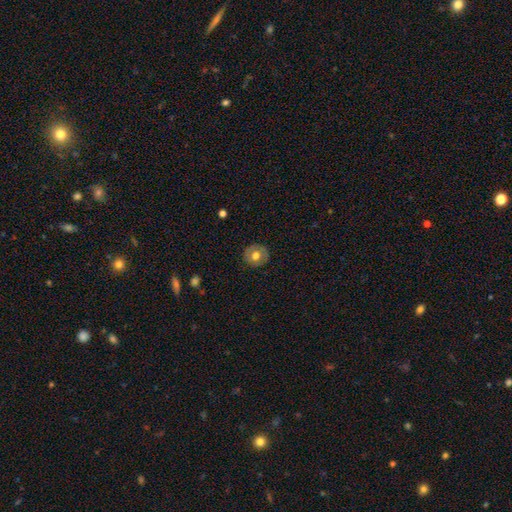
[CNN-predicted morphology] Overall: smooth (59%; featured or disk 33%). How rounded: round (90%). Merging: none (87%).